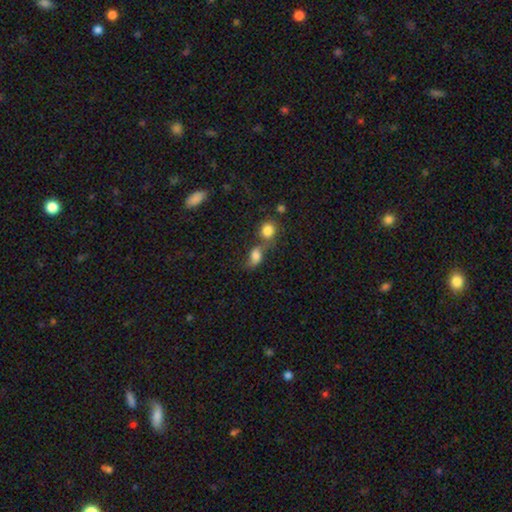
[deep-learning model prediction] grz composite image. It shows a smooth galaxy with no disk features (69%) that is in between round and cigar-shaped (63%). Merging: merger (47%).